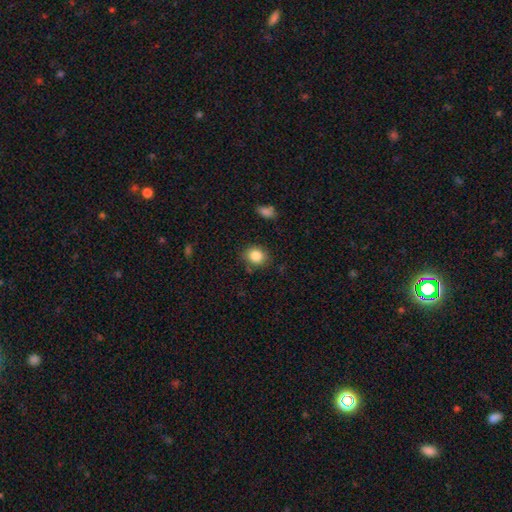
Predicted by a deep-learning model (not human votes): smooth_or_featured: smooth (p=0.85) [alt: star or artifact p=0.09]
how_rounded: round (p=0.69) [alt: in between p=0.30]
merging: none (p=0.80) [alt: minor disturbance p=0.14]